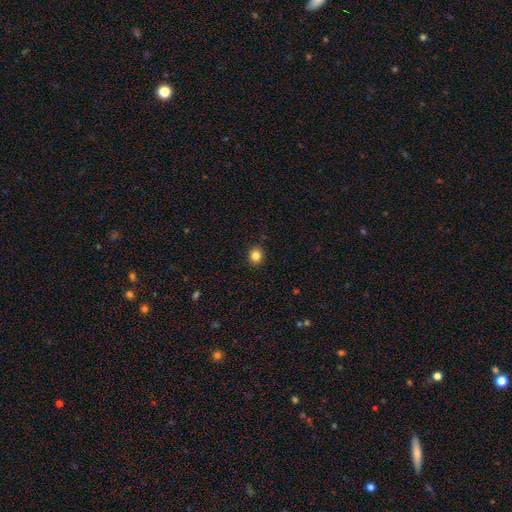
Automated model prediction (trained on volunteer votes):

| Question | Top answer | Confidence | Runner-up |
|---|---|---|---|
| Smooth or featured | smooth | 84% | star or artifact (11%) |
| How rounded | round | 75% | in between (24%) |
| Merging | none | 91% | minor disturbance (7%) |